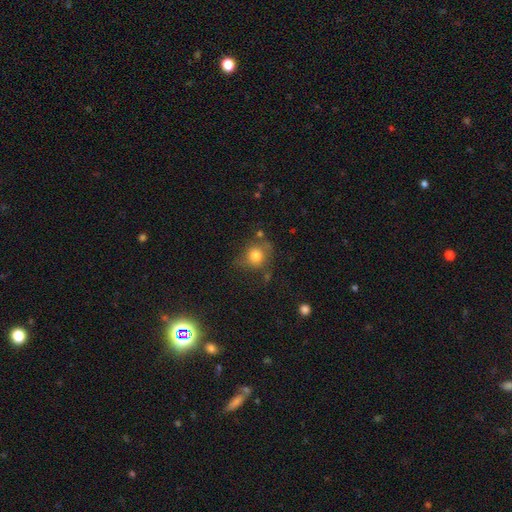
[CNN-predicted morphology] Smooth or featured: smooth — 77% (featured or disk — 11%)
How rounded: round — 78% (in between — 21%)
Merging: none — 61% (minor disturbance — 23%)